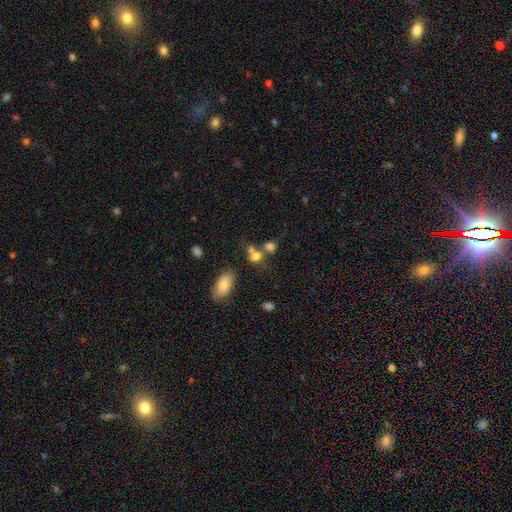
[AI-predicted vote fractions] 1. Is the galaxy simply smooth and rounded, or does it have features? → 74% smooth, 14% star or artifact, 13% featured or disk.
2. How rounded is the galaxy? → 58% round, 40% in between, 3% cigar-shaped.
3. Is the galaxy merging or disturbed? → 48% merger, 35% none, 10% minor disturbance, 7% major disturbance.